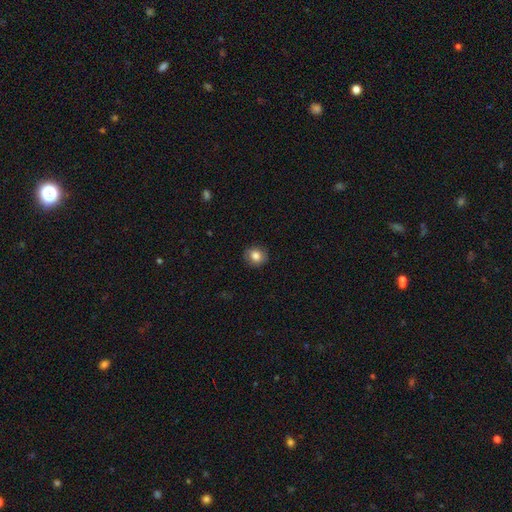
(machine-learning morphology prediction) type=smooth (83%); roundness=round (80%); merging=none (90%).